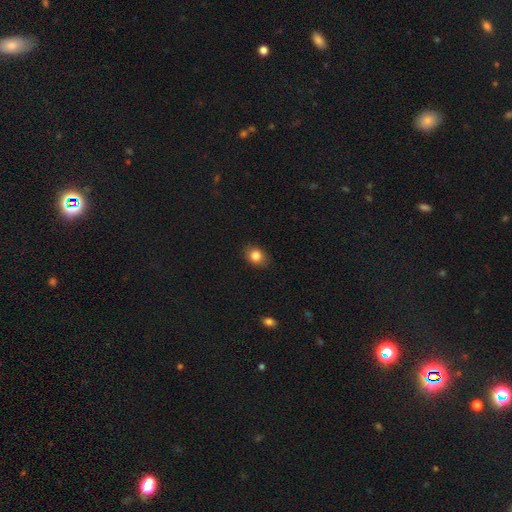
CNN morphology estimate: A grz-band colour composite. It shows a smooth galaxy with no disk features (83%) that is in between round and cigar-shaped (56%). Merging: none (83%).